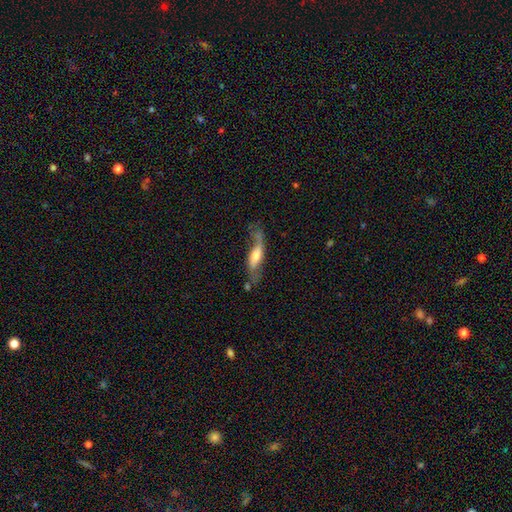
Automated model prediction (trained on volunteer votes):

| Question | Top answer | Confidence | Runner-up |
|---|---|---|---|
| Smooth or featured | featured or disk | 58% | smooth (35%) |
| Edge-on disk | no | 62% | yes (38%) |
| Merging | none | 48% | minor disturbance (26%) |